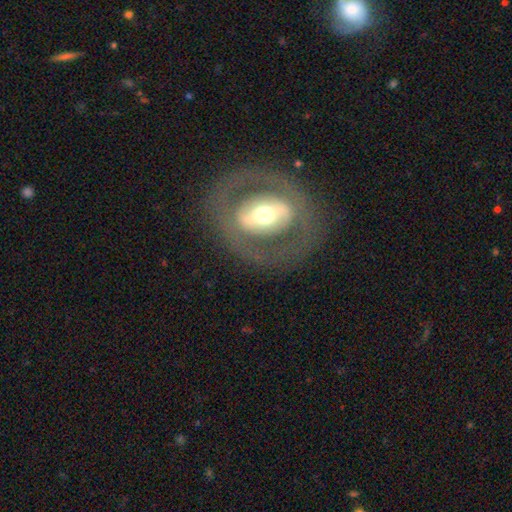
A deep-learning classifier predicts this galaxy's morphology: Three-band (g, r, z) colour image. It shows a featured or disk galaxy (70%) with a strong bar (38%), no spiral arms (72%) and a moderate central bulge (62%). Merging: none (80%).